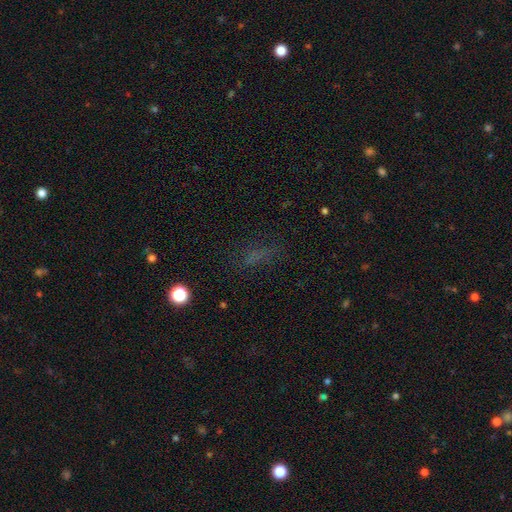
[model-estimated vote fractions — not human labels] Smooth or featured? smooth (51%)
How rounded? in between (55%)
Merging? none (68%)